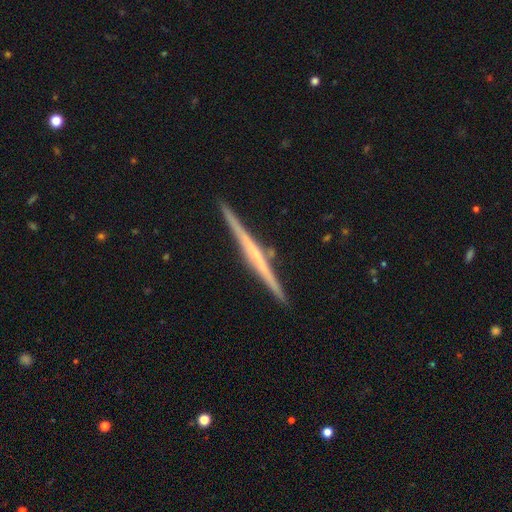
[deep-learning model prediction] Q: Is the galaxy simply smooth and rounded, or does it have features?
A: featured or disk — 74%.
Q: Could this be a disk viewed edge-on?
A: yes — 98%.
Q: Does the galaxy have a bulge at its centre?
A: none — 64%.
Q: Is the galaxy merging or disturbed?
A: none — 91%.